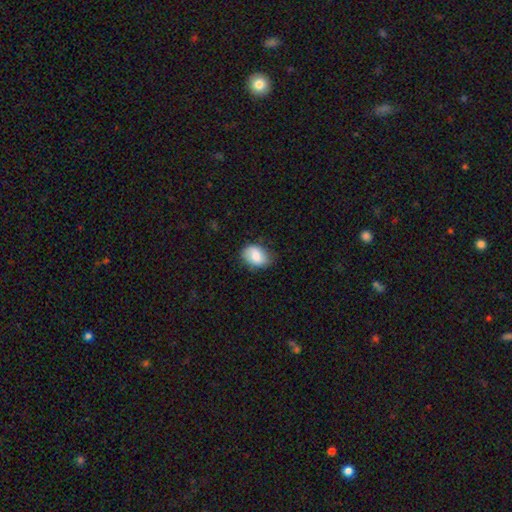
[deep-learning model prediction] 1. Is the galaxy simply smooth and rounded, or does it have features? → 77% smooth, 16% featured or disk, 7% star or artifact.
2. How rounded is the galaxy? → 74% in between, 25% round, 1% cigar-shaped.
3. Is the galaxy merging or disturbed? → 69% none, 25% minor disturbance, 5% major disturbance, 1% merger.